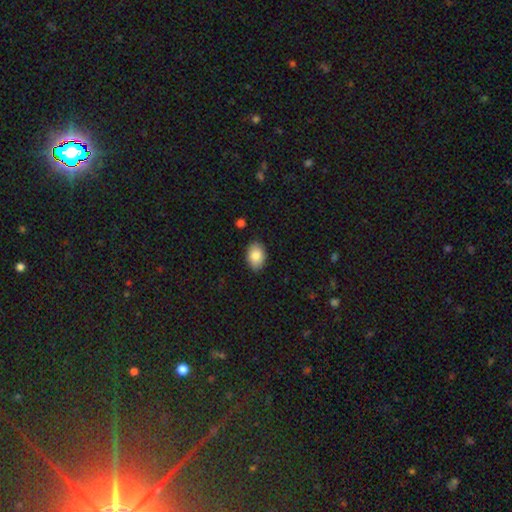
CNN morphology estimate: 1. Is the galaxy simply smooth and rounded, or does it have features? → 85% smooth, 8% featured or disk, 7% star or artifact.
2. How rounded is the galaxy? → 86% in between, 13% round, 1% cigar-shaped.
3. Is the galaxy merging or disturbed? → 86% none, 11% minor disturbance, 2% major disturbance, 1% merger.